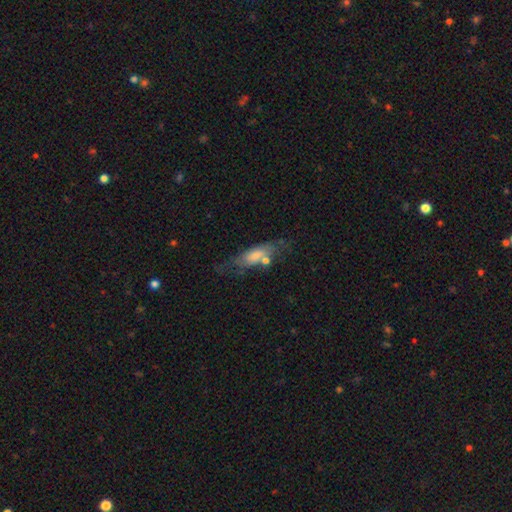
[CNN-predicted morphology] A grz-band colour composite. It shows a smooth galaxy with no disk features (56%) that is in between round and cigar-shaped (65%). Merging: none (44%).